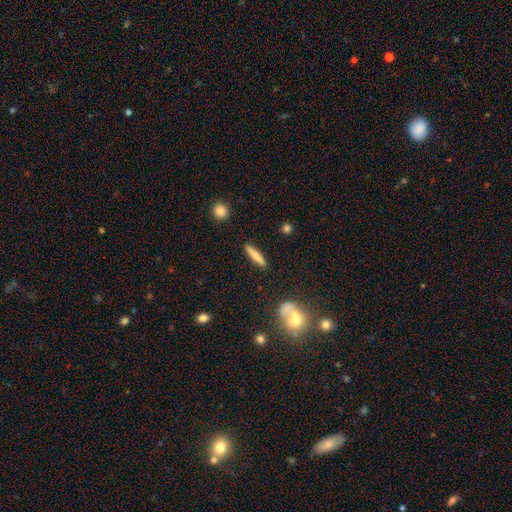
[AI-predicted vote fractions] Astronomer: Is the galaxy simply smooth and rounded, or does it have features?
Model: smooth — 73%.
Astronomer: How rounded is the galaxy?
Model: cigar-shaped — 89%.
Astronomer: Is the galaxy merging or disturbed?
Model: none — 89%.